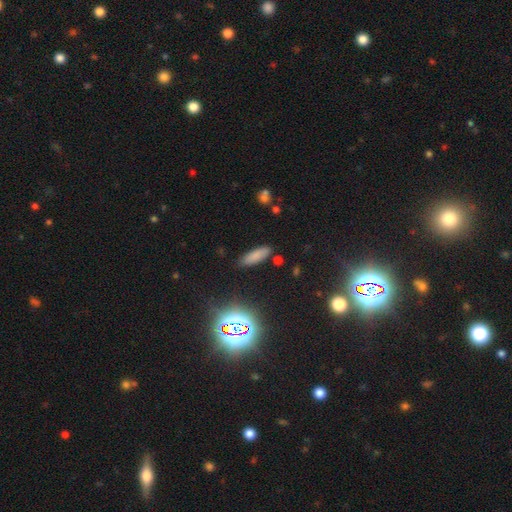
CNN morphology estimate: Smooth or featured?
  - smooth: 78% *
  - star or artifact: 14%
  - featured or disk: 8%
How rounded?
  - in between: 56% *
  - cigar-shaped: 42%
  - round: 2%
Merging?
  - none: 84% *
  - minor disturbance: 11%
  - major disturbance: 3%
  - merger: 2%